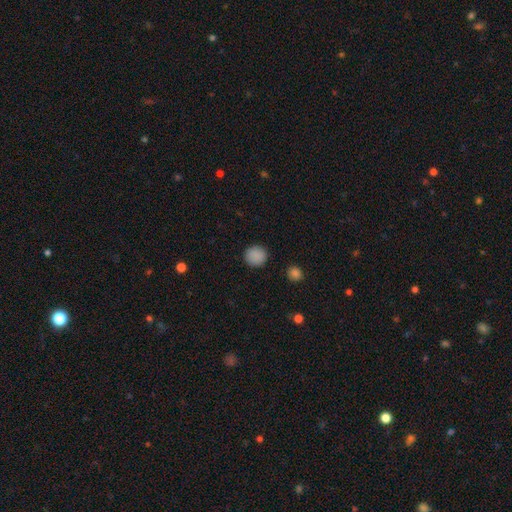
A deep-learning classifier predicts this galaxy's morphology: A smooth galaxy with no disk features (88%) that is round (90%).

Vote fractions:
- Smooth or featured? smooth: 88% / star or artifact: 9% / featured or disk: 3%
- How rounded? round: 90% / in between: 9% / cigar-shaped: 1%
- Merging? none: 90% / minor disturbance: 6% / major disturbance: 2% / merger: 1%